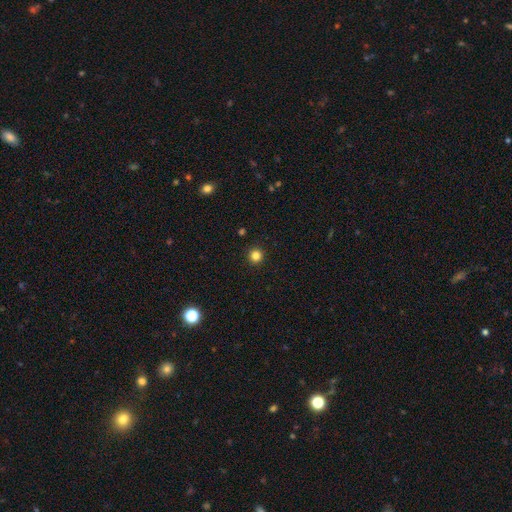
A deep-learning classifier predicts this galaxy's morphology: Smooth or featured?
  - smooth: 83% *
  - star or artifact: 13%
  - featured or disk: 4%
How rounded?
  - round: 95% *
  - in between: 4%
  - cigar-shaped: 1%
Merging?
  - none: 93% *
  - minor disturbance: 4%
  - major disturbance: 2%
  - merger: 1%